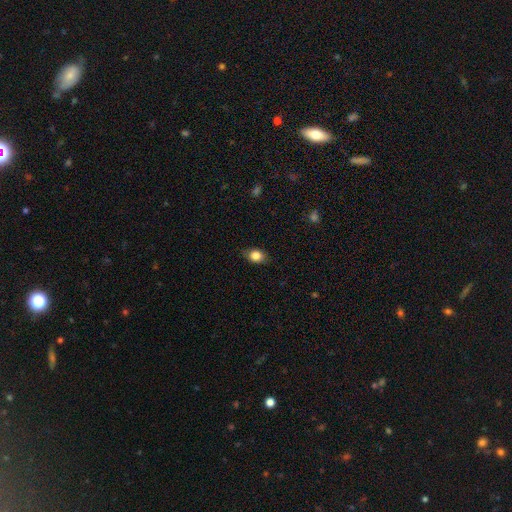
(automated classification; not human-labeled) This appears to be a smooth galaxy with no disk features (83%) that is in between round and cigar-shaped (61%). Merging: none (80%).